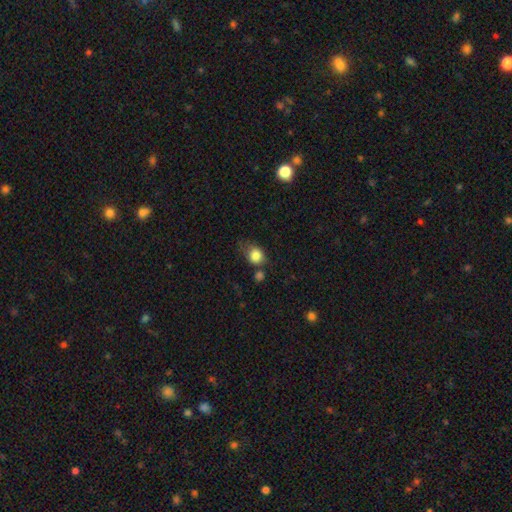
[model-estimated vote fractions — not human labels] This appears to be a smooth galaxy with no disk features (84%) that is round (63%). Merging: none (52%).